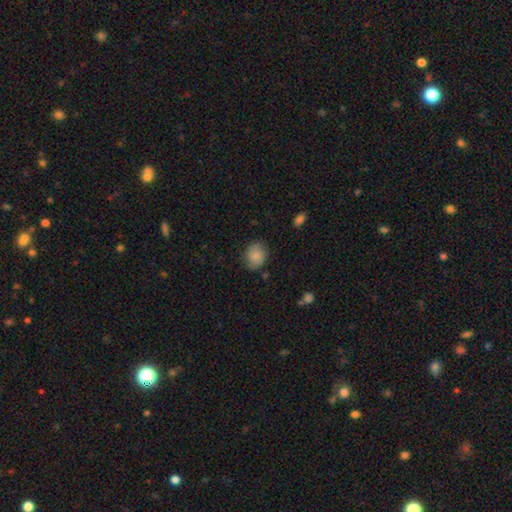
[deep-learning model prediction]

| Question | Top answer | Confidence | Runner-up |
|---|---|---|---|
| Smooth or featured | smooth | 80% | featured or disk (12%) |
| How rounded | round | 50% | in between (49%) |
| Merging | none | 73% | minor disturbance (20%) |